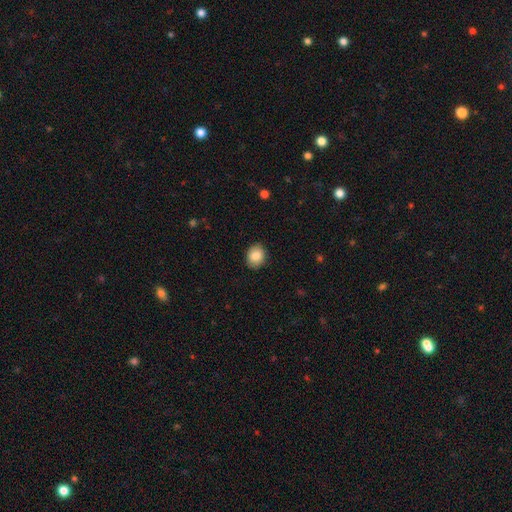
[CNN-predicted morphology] type=smooth (86%); roundness=in between (50%); merging=none (88%).